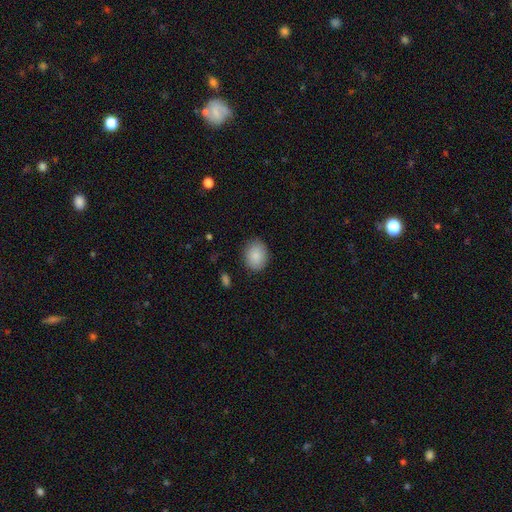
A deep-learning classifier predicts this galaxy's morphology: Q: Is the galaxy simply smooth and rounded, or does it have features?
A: smooth — 88%.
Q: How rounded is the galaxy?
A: in between — 59%.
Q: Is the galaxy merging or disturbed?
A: none — 86%.